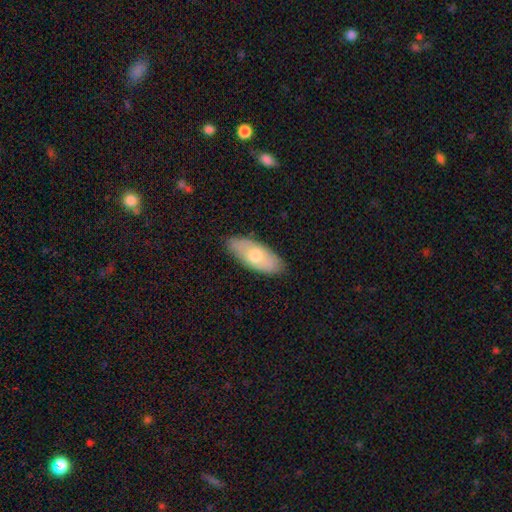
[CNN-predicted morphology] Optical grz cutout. It shows a smooth galaxy with no disk features (65%) that is in between round and cigar-shaped (85%). Merging: none (85%).